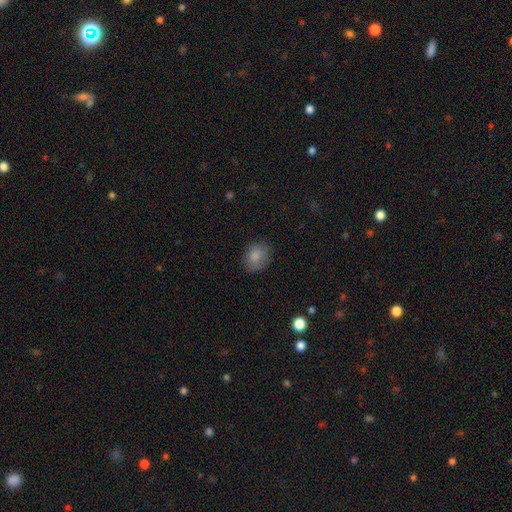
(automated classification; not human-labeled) Q: Smooth or featured?
A: smooth (84%); runner-up: star or artifact (8%)
Q: How rounded?
A: round (50%); runner-up: in between (49%)
Q: Merging?
A: none (78%); runner-up: minor disturbance (17%)